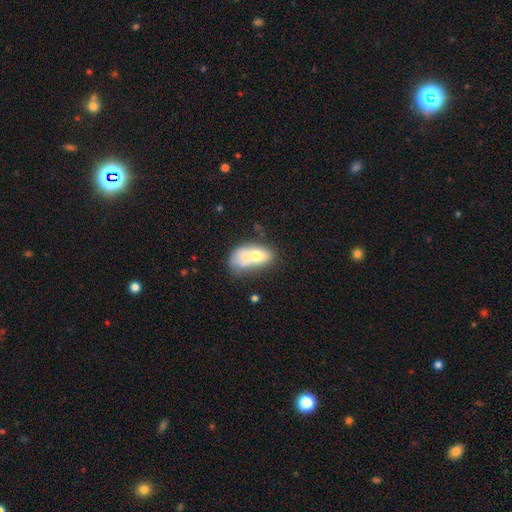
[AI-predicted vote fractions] Morphology: type=smooth (63%); roundness=in between (81%); merging=merger (64%).